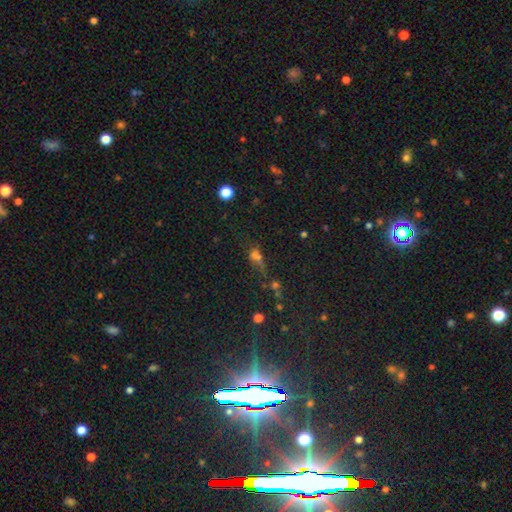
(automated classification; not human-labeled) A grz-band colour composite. It shows a smooth galaxy with no disk features (46%). Merging: none (37%).